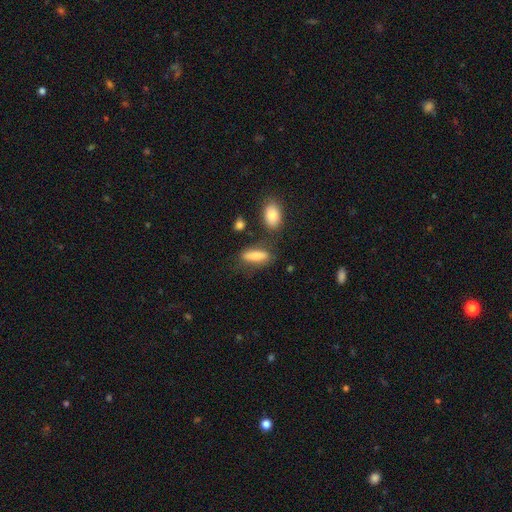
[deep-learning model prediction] A smooth galaxy with no disk features (72%) that is in between round and cigar-shaped (55%).

Vote fractions:
- Smooth or featured? smooth: 72% / featured or disk: 20% / star or artifact: 8%
- How rounded? in between: 55% / cigar-shaped: 42% / round: 3%
- Merging? none: 69% / minor disturbance: 17% / merger: 7% / major disturbance: 7%